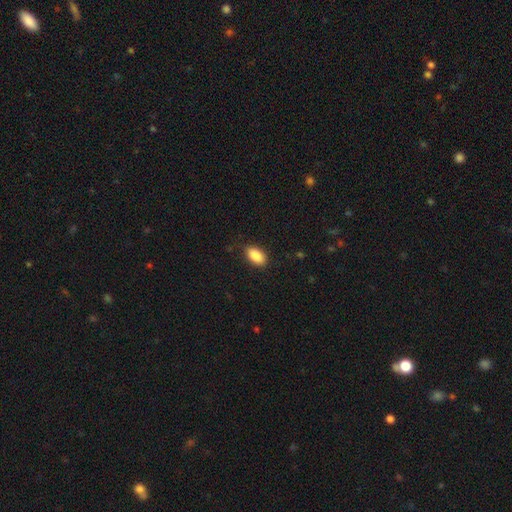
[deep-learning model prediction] smooth_or_featured: smooth (p=0.89) [alt: star or artifact p=0.07]
how_rounded: in between (p=0.93) [alt: round p=0.04]
merging: none (p=0.84) [alt: minor disturbance p=0.12]